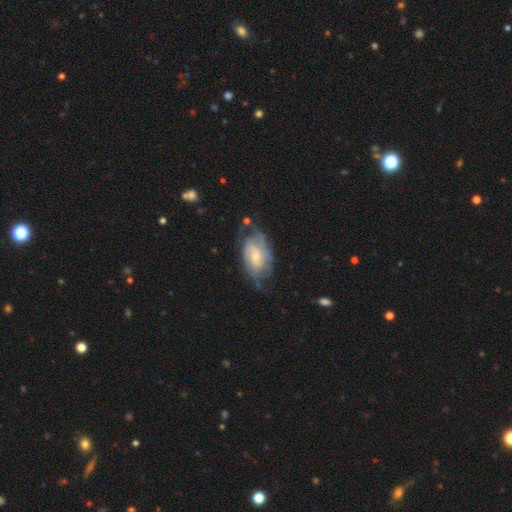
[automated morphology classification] The model was most divided on "spiral arm count" (2-way tie): 2: 40%, can't tell: 40%, 3: 9%, 1: 4%, 4: 4%, more than 4: 3%. Remaining: edge-on disk — no (96%); spiral arms — yes (85%); smooth or featured — featured or disk (72%); bulge size — small (57%); bar — no (53%); merging — none (52%); spiral winding — tight (48%).